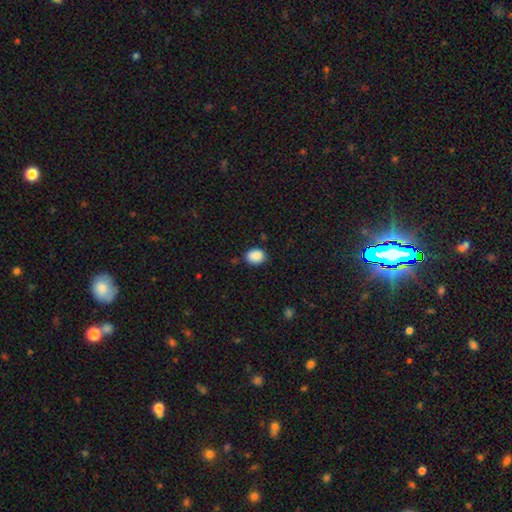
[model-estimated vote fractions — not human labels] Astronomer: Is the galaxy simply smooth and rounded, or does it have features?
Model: smooth — 88%.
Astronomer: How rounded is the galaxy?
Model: in between — 54% (runner-up: round, 45%).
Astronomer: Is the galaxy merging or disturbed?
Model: none — 78%.